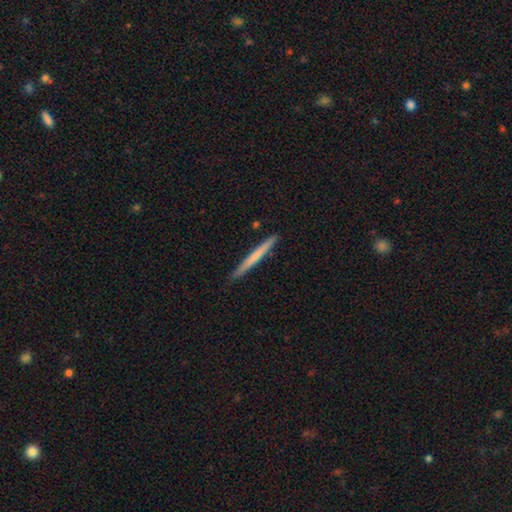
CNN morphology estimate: Smooth or featured? smooth (57%)
How rounded? cigar-shaped (97%)
Merging? none (90%)